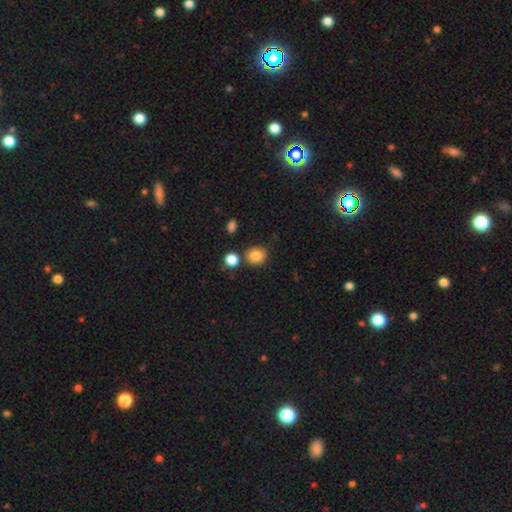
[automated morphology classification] This appears to be a smooth galaxy with no disk features (83%) that is round (79%). Merging: none (77%).